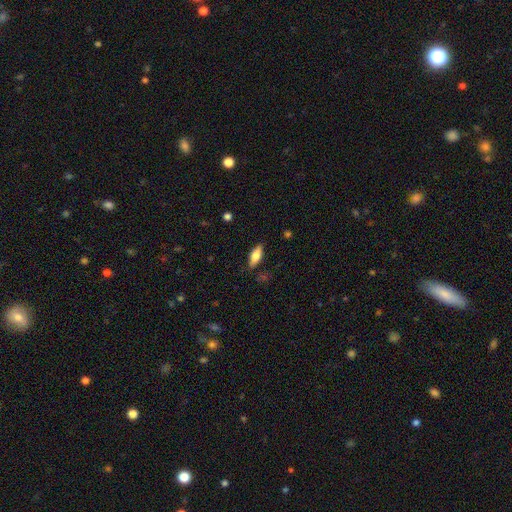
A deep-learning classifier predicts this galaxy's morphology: The model was most divided on "how rounded": in between: 70%, cigar-shaped: 28%, round: 2%. More confident: merging — none (82%); smooth or featured — smooth (73%).